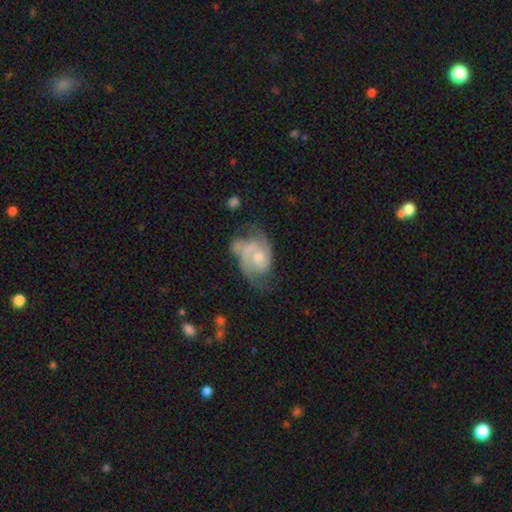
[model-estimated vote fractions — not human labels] This appears to be a featured or disk galaxy (79%) with no bar (58%), 2 (68%) medium (47%) spiral arms (93%) and a moderate central bulge (41%). Merging: none (44%).